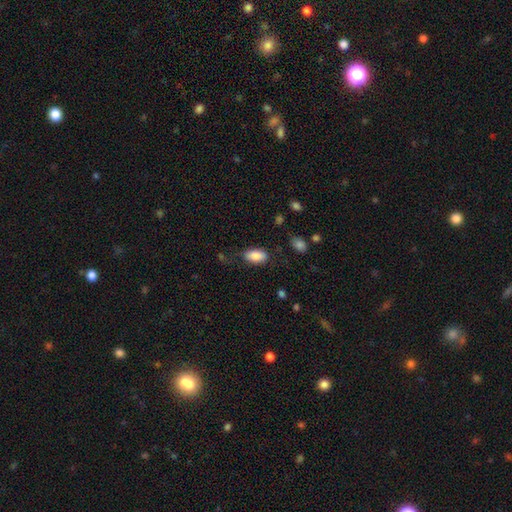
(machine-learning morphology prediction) Smooth or featured? smooth (85%)
How rounded? in between (93%)
Merging? none (75%)